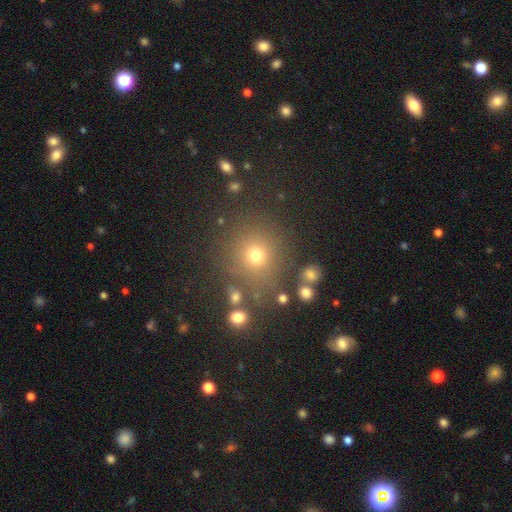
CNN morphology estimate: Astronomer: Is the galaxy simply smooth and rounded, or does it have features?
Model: smooth — 69%.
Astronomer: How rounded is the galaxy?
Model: round — 89%.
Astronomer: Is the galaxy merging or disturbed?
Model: none — 79%.